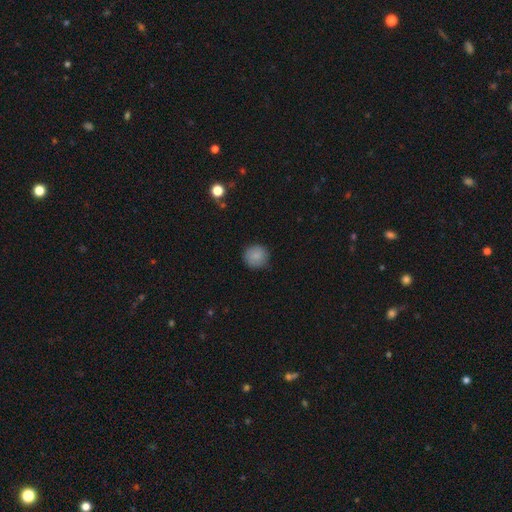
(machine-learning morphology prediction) This is clearly a smooth galaxy (86%). How rounded: clearly round (93%). Merging: clearly none (87%).